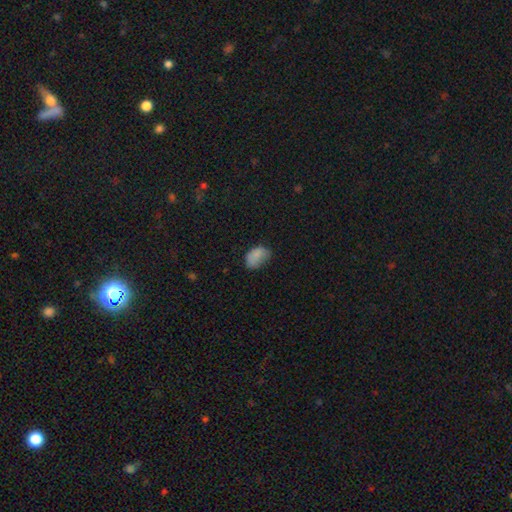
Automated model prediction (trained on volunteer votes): This appears to be a smooth galaxy with no disk features (81%) that is in between round and cigar-shaped (86%). Merging: none (44%).